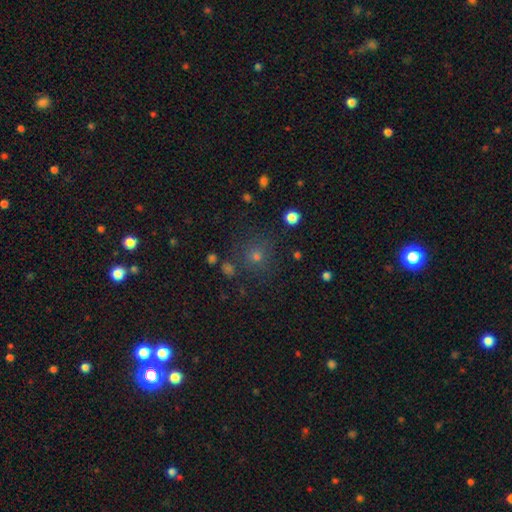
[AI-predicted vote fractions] smooth-or-featured: smooth: 66% | star or artifact: 26% | featured or disk: 9%
  how-rounded: round: 90% | in between: 9% | cigar-shaped: 1%
  merging: none: 80% | minor disturbance: 10% | merger: 5% | major disturbance: 5%